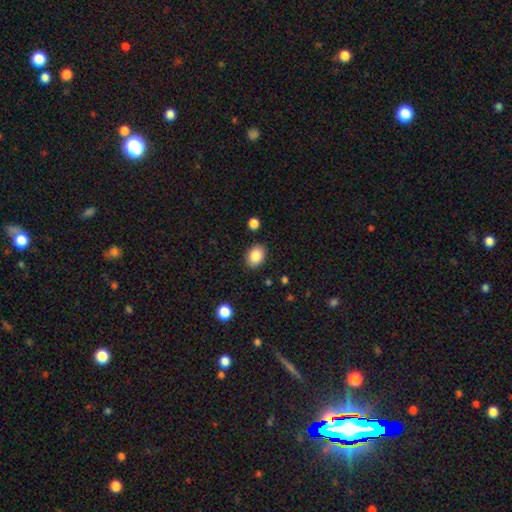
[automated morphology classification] type=smooth (87%); roundness=in between (73%); merging=none (86%).